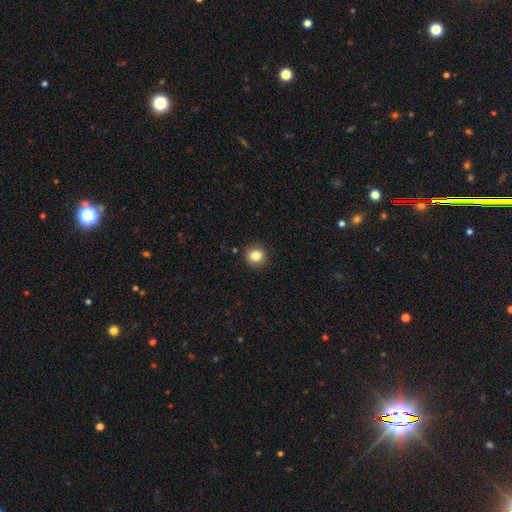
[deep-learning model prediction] Smooth or featured? smooth (85%)
How rounded? round (87%)
Merging? none (90%)